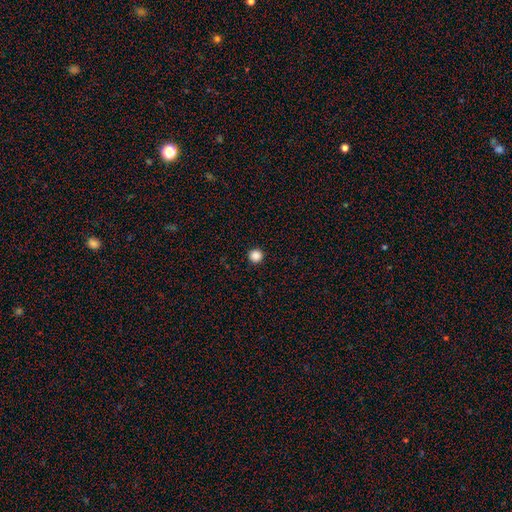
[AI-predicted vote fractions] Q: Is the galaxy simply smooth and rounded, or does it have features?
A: smooth — 87%.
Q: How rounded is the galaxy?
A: round — 97%.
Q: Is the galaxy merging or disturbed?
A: none — 94%.